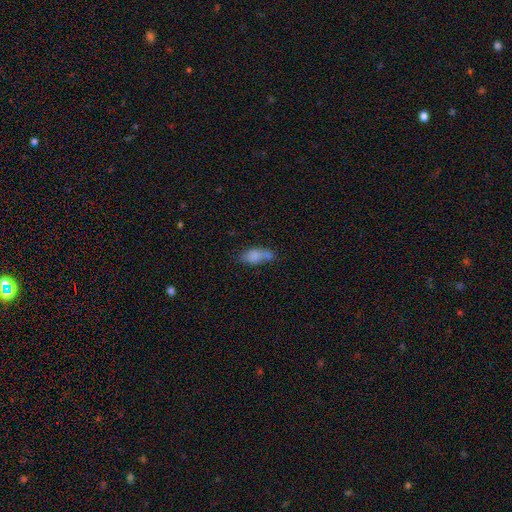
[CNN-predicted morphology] This is likely a smooth galaxy (77%). How rounded: clearly in between (84%). Merging: possibly none (46%).